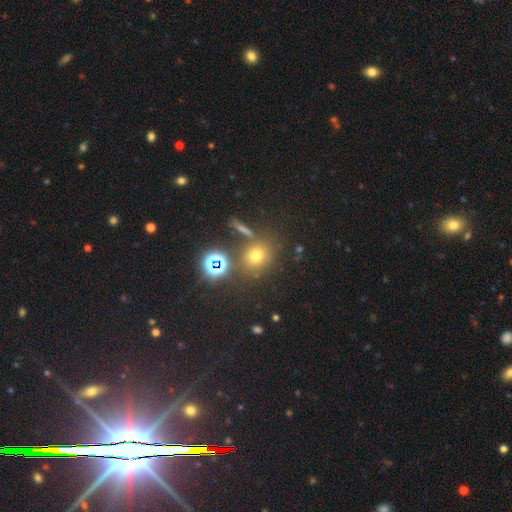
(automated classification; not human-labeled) Smooth or featured?
  - smooth: 62% *
  - star or artifact: 28%
  - featured or disk: 10%
How rounded?
  - round: 75% *
  - in between: 23%
  - cigar-shaped: 2%
Merging?
  - none: 72% *
  - merger: 12%
  - minor disturbance: 11%
  - major disturbance: 5%